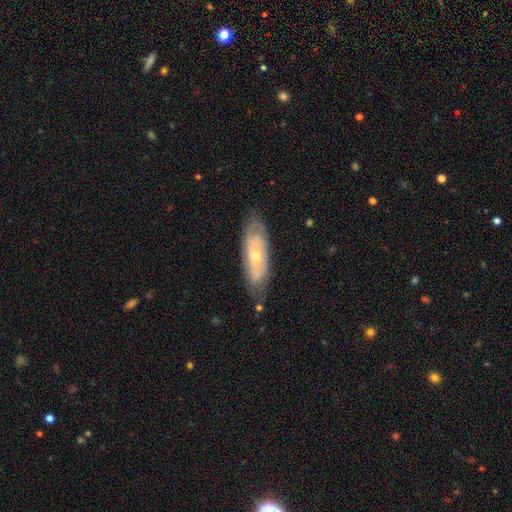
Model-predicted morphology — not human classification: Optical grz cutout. It shows a featured or disk galaxy (60%). Merging: none (73%).